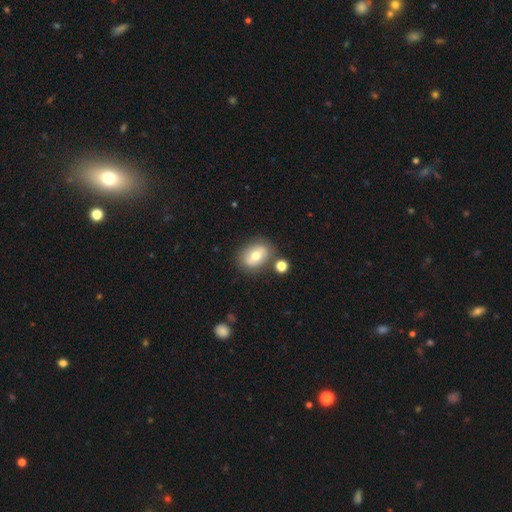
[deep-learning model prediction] The model was most divided on "smooth or featured": smooth: 59%, featured or disk: 33%, star or artifact: 8%. More confident: merging — none (74%); how rounded — in between (71%).